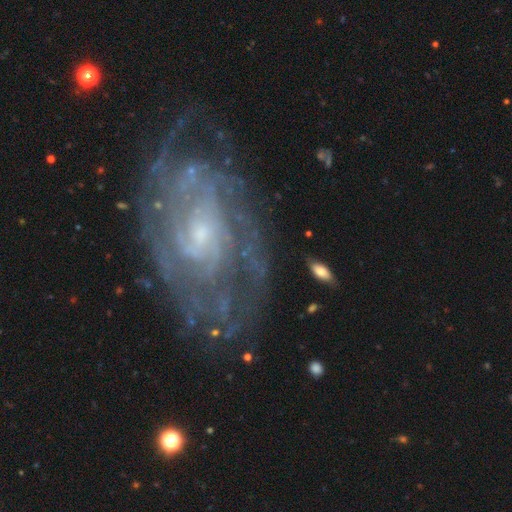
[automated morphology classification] A featured or disk galaxy (87%) with no bar (59%), tight (63%) spiral arms (95%) and a small central bulge (65%). Merging: none (70%).